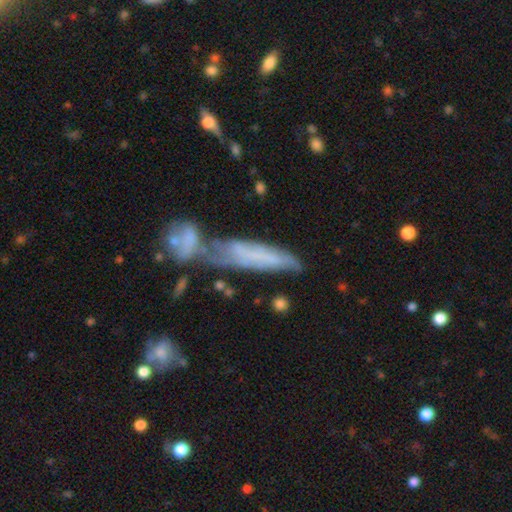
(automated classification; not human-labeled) A smooth galaxy with no disk features (48%). Merging: merger (38%).